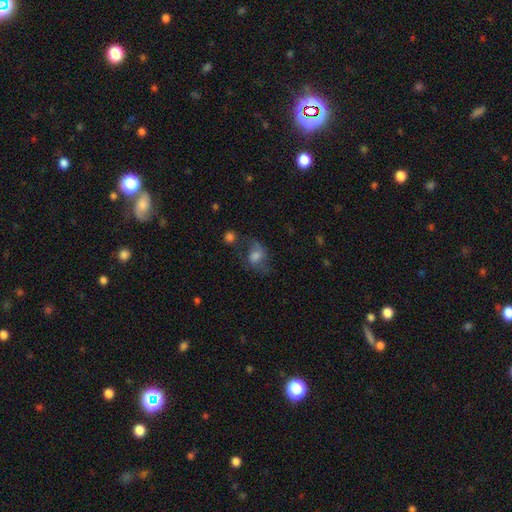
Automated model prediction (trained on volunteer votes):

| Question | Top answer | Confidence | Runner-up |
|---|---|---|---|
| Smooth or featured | smooth | 45% | featured or disk (40%) |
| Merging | none | 45% | major disturbance (24%) |